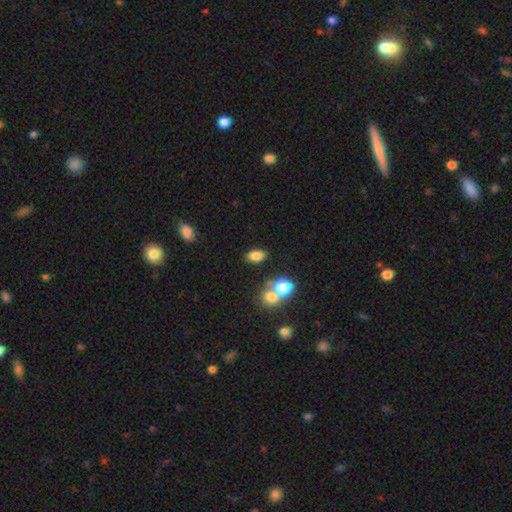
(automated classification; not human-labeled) Morphology: type=smooth (81%); roundness=in between (83%); merging=none (78%).